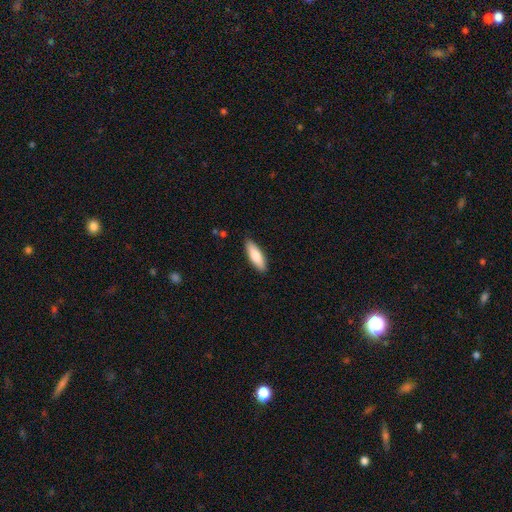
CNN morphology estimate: This is clearly a smooth galaxy (80%). How rounded: possibly in between (56%). Merging: clearly none (88%).